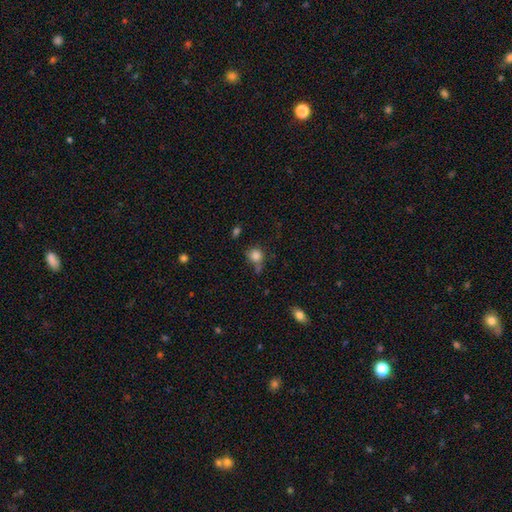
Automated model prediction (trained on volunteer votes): Morphology: type=smooth (83%); roundness=round (82%); merging=none (55%).